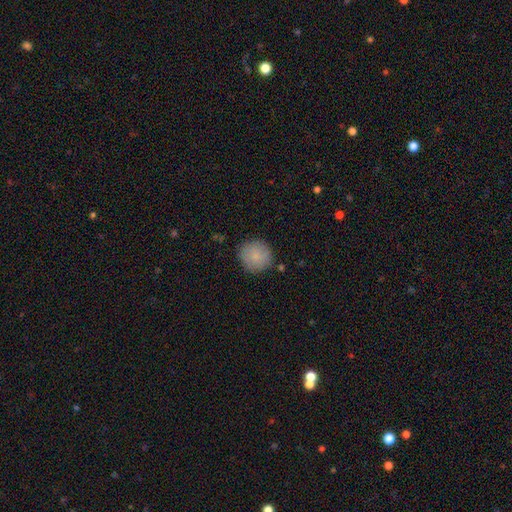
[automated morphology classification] smooth-or-featured: smooth: 84% | featured or disk: 9% | star or artifact: 7%
  how-rounded: round: 91% | in between: 8% | cigar-shaped: 1%
  merging: none: 84% | minor disturbance: 11% | major disturbance: 3% | merger: 2%